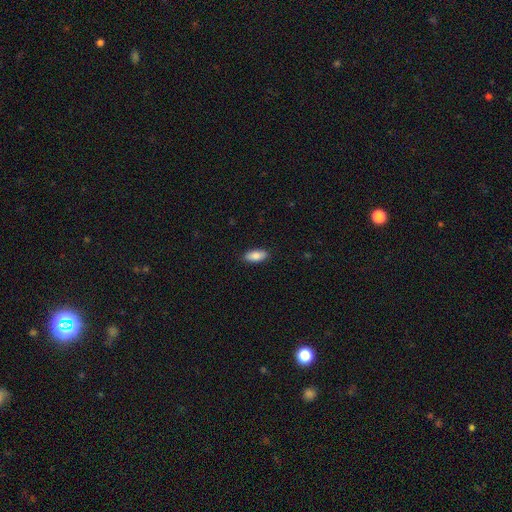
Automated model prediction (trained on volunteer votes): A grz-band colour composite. It shows a smooth galaxy with no disk features (87%) that is in between round and cigar-shaped (87%). Merging: none (90%).